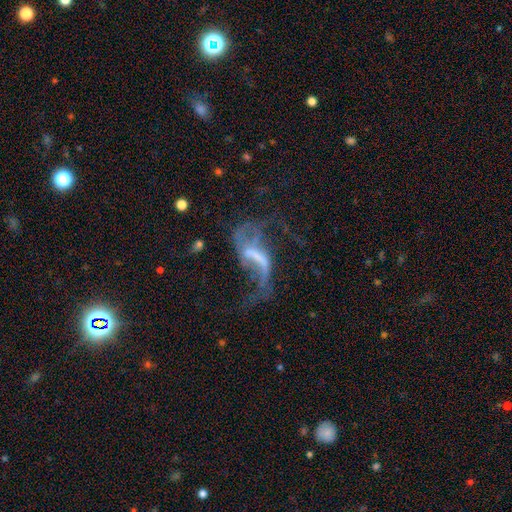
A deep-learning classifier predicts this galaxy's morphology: Smooth or featured? Predicted: featured or disk (p=0.78). Edge-on disk? Predicted: no (p=0.95). Bar? Predicted: strong (p=0.42). Spiral arms? Predicted: yes (p=0.81). Spiral winding? Predicted: loose (p=0.86). Spiral arm count? Predicted: 2 (p=0.73). Bulge size? Predicted: none (p=0.51). Merging? Predicted: major disturbance (p=0.43).